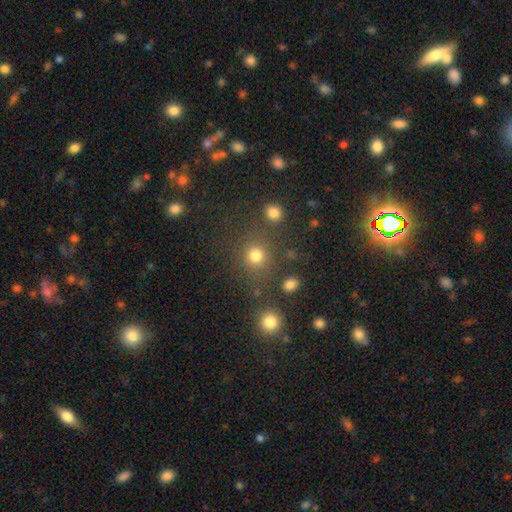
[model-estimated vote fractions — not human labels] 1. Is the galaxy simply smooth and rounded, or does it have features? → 77% smooth, 16% star or artifact, 6% featured or disk.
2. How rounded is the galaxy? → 87% round, 12% in between, 1% cigar-shaped.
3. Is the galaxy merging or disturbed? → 74% none, 10% minor disturbance, 10% merger, 6% major disturbance.